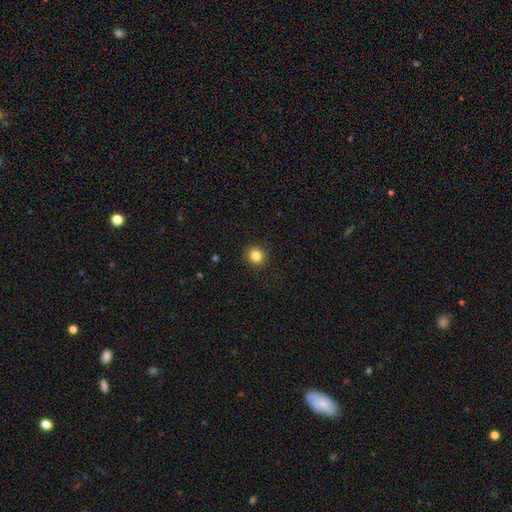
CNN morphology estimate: A smooth galaxy with no disk features (84%) that is round (91%). Merging: none (92%).